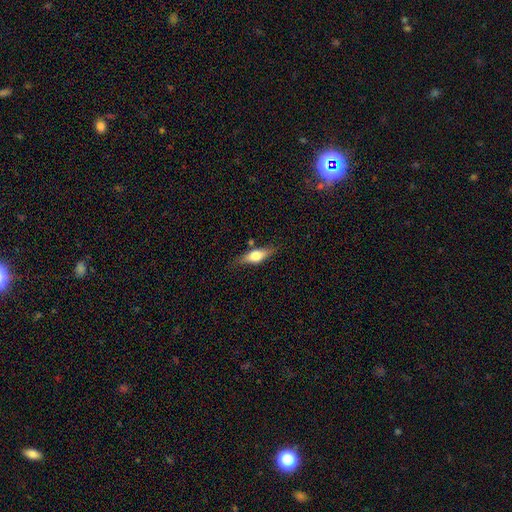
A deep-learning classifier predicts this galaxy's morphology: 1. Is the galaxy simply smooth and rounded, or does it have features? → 51% smooth, 42% featured or disk, 7% star or artifact.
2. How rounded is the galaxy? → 54% in between, 41% cigar-shaped, 4% round.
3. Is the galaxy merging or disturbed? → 76% none, 16% minor disturbance, 4% merger, 4% major disturbance.